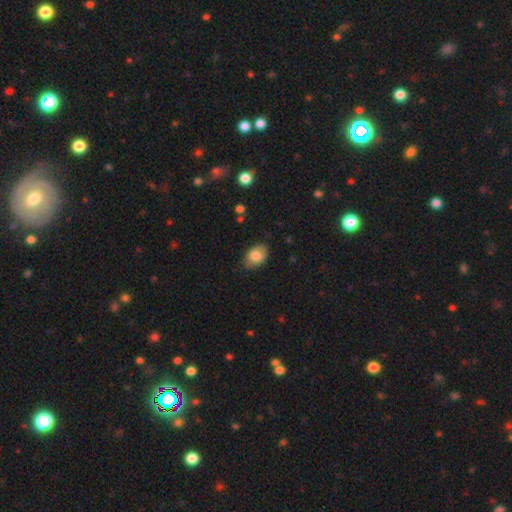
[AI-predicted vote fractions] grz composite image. It shows a smooth galaxy with no disk features (80%) that is in between round and cigar-shaped (84%). Merging: none (78%).